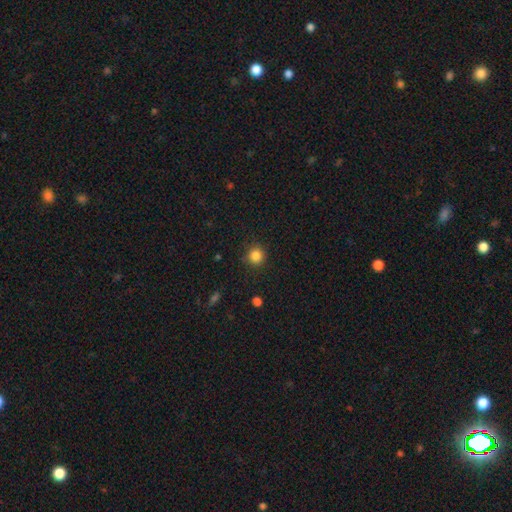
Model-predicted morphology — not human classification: smooth_or_featured: smooth (p=0.85) [alt: star or artifact p=0.12]
how_rounded: round (p=0.94) [alt: in between p=0.05]
merging: none (p=0.88) [alt: minor disturbance p=0.08]